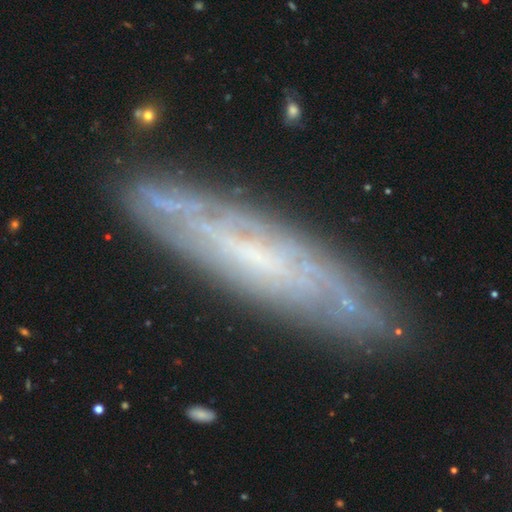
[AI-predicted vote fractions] Overall: featured or disk (72%). Edge-on disk: no (52%; yes 48%). Merging: none (80%).